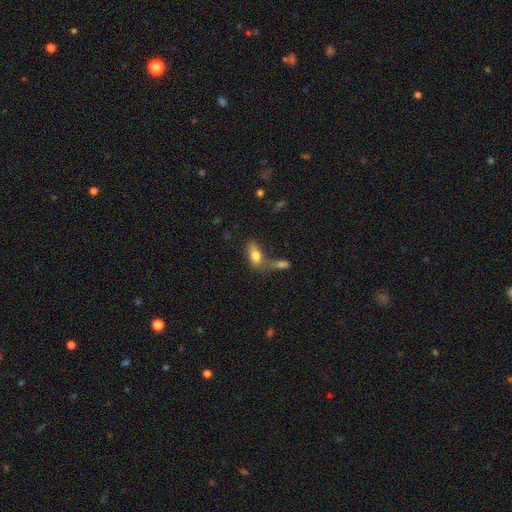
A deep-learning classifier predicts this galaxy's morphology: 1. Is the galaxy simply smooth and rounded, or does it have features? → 77% smooth, 15% featured or disk, 8% star or artifact.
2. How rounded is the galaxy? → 85% in between, 8% cigar-shaped, 7% round.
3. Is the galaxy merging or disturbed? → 40% merger, 35% none, 15% minor disturbance, 10% major disturbance.